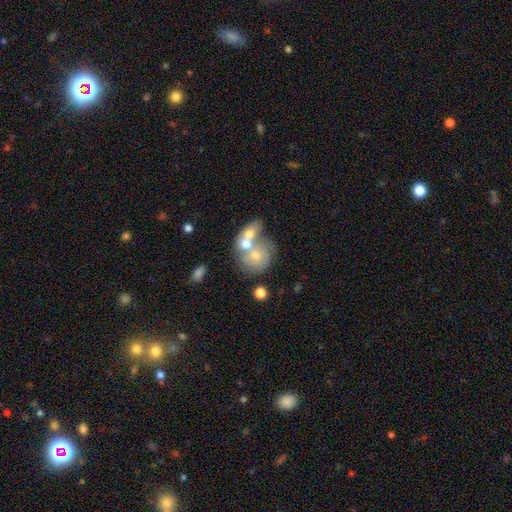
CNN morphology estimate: Smooth or featured? smooth (48%)
Merging? merger (56%)